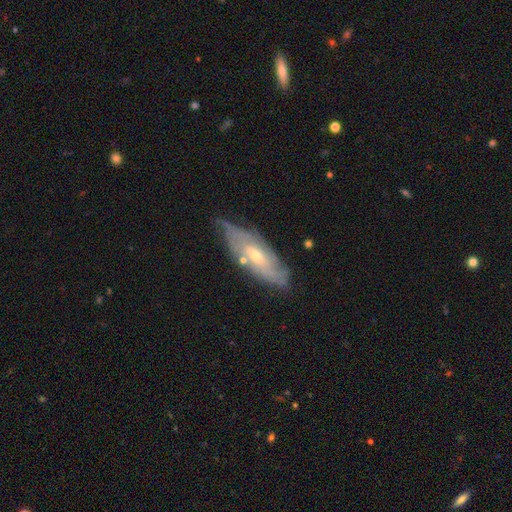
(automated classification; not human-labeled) Smooth or featured?
  - featured or disk: 72% *
  - smooth: 22%
  - star or artifact: 6%
Edge-on disk?
  - no: 78% *
  - yes: 22%
Bar?
  - no: 52% *
  - weak: 39%
  - strong: 8%
Spiral arms?
  - yes: 80% *
  - no: 20%
Bulge size?
  - small: 52% *
  - moderate: 44%
  - large: 2%
  - none: 1%
  - dominant: 1%
Merging?
  - none: 61% *
  - minor disturbance: 26%
  - major disturbance: 7%
  - merger: 5%